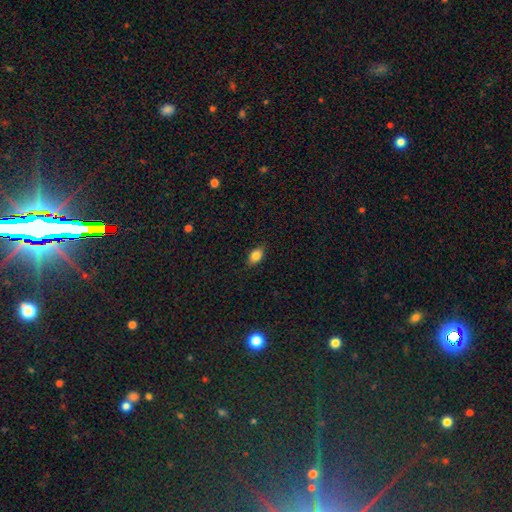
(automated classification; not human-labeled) The model was most divided on "how rounded": in between: 85%, round: 13%, cigar-shaped: 3%. More confident: merging — none (84%); smooth or featured — smooth (84%).